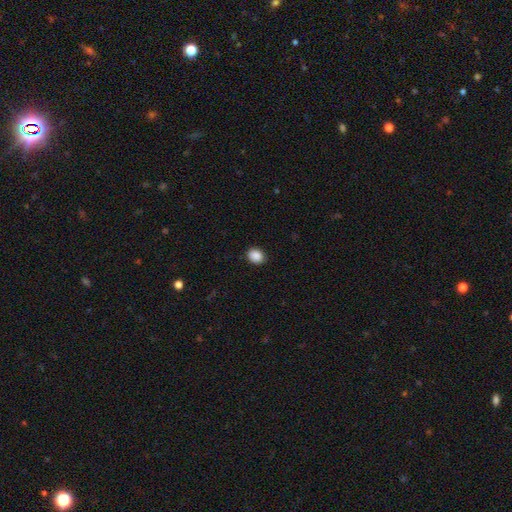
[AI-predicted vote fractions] A smooth galaxy with no disk features (89%) that is round (54%). Merging: none (89%).